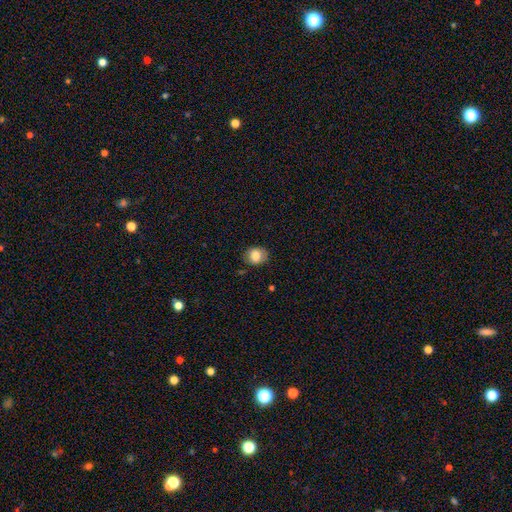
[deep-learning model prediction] This appears to be a smooth galaxy with no disk features (84%) that is round (62%). Merging: none (80%).